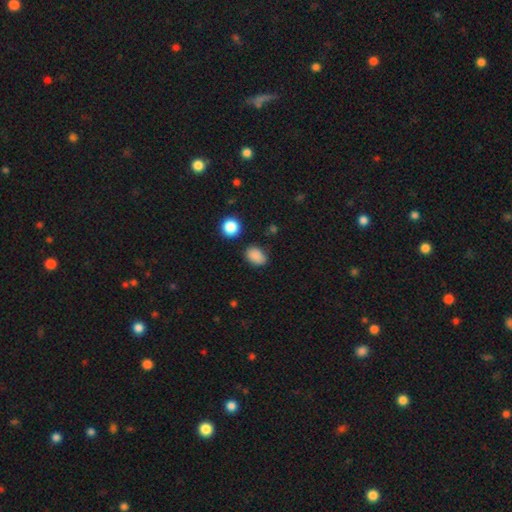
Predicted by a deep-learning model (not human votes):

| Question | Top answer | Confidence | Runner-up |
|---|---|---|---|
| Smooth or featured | smooth | 85% | star or artifact (11%) |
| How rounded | in between | 75% | round (24%) |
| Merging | none | 77% | minor disturbance (16%) |